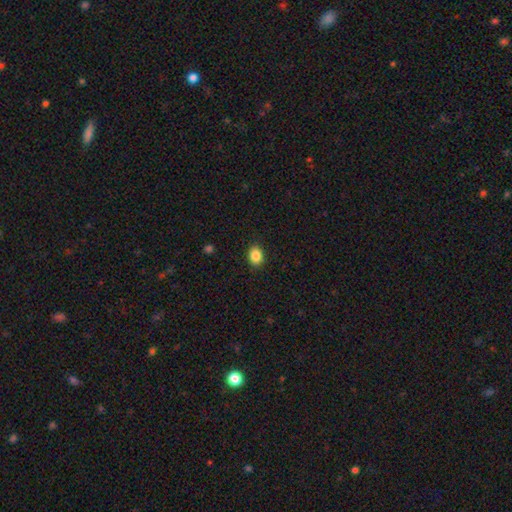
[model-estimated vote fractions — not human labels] Smooth or featured? smooth (87%)
How rounded? in between (59%)
Merging? none (89%)